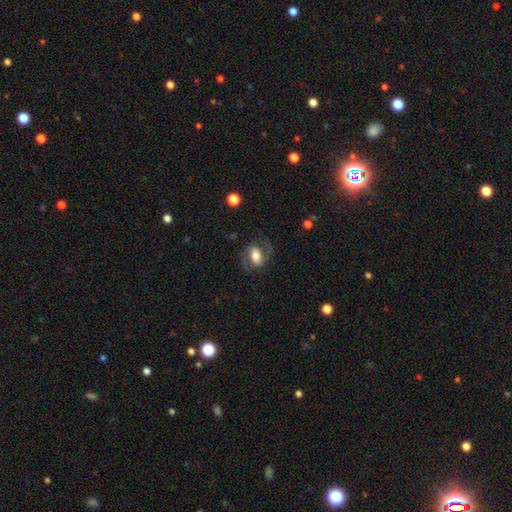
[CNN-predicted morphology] Smooth or featured: featured or disk — 61% (smooth — 32%)
Edge-on disk: no — 95% (yes — 5%)
Bar: weak — 35% (no — 33%)
Spiral arms: yes — 85% (no — 15%)
Bulge size: moderate — 48% (large — 33%)
Merging: none — 71% (minor disturbance — 15%)